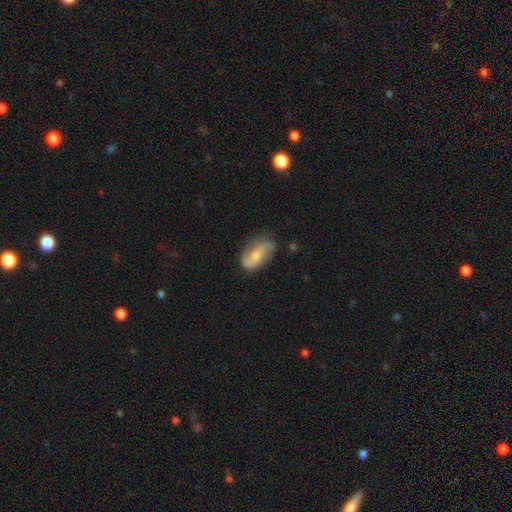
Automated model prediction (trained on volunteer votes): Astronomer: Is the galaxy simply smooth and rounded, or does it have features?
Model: featured or disk — 64%.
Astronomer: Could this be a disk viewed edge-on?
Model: no — 96%.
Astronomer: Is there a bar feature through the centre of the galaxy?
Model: no — 45% (runner-up: weak, 40%).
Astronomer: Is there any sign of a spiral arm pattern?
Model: yes — 90%.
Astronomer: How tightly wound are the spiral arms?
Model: loose — 45% (runner-up: medium, 38%).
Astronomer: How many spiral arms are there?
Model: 2 — 83%.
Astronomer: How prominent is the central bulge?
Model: moderate — 46% (runner-up: small, 42%).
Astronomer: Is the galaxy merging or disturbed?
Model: none — 68%.